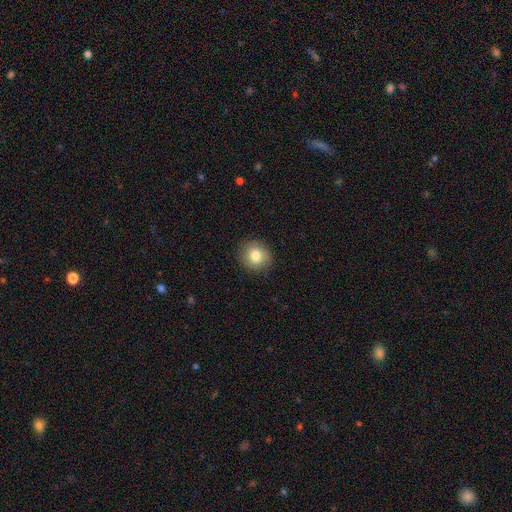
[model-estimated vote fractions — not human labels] A smooth galaxy with no disk features (80%) that is round (82%).

Vote fractions:
- Smooth or featured? smooth: 80% / featured or disk: 10% / star or artifact: 10%
- How rounded? round: 82% / in between: 17% / cigar-shaped: 1%
- Merging? none: 88% / minor disturbance: 8% / major disturbance: 2% / merger: 1%